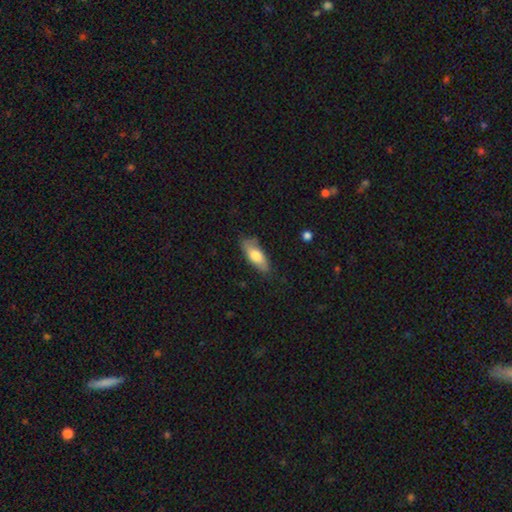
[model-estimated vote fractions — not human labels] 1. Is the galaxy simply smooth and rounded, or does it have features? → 69% smooth, 25% featured or disk, 6% star or artifact.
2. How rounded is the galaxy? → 69% in between, 28% cigar-shaped, 3% round.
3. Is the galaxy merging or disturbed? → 77% none, 18% minor disturbance, 3% major disturbance, 1% merger.